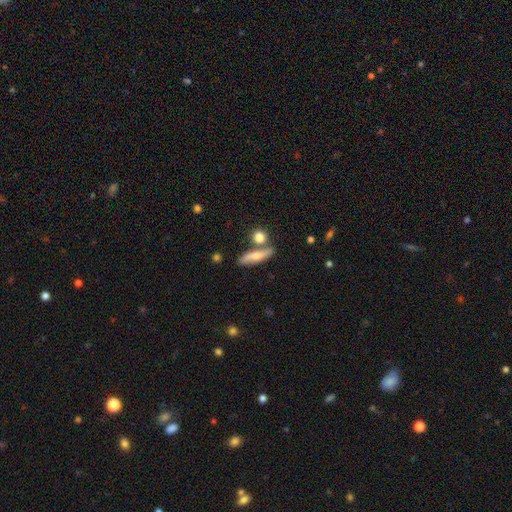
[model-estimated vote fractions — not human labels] smooth-or-featured: smooth: 60% | featured or disk: 33% | star or artifact: 7%
  how-rounded: cigar-shaped: 65% | in between: 27% | round: 8%
  merging: none: 67% | merger: 15% | minor disturbance: 14% | major disturbance: 4%